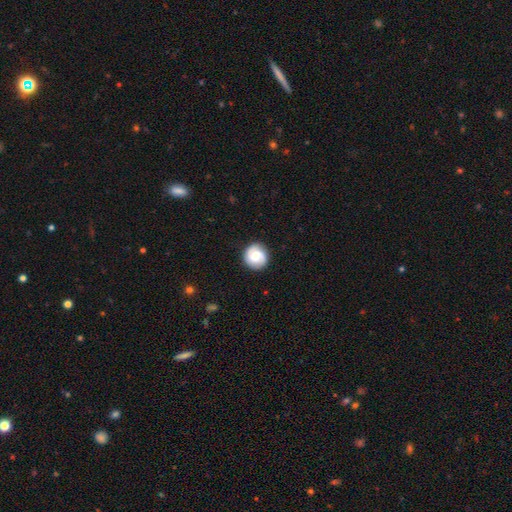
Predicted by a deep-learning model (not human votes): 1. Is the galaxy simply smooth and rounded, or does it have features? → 50% smooth, 43% featured or disk, 7% star or artifact.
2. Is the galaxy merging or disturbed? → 86% none, 10% minor disturbance, 3% major disturbance, 1% merger.